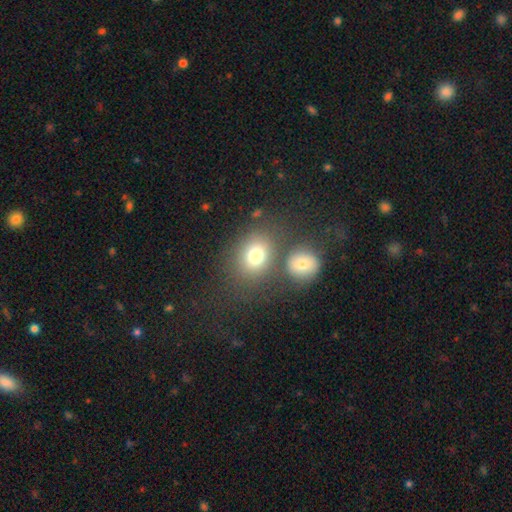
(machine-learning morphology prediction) Smooth or featured?
  - smooth: 76% *
  - star or artifact: 13%
  - featured or disk: 11%
How rounded?
  - round: 57% *
  - in between: 42%
  - cigar-shaped: 1%
Merging?
  - none: 66% *
  - merger: 18%
  - minor disturbance: 11%
  - major disturbance: 5%